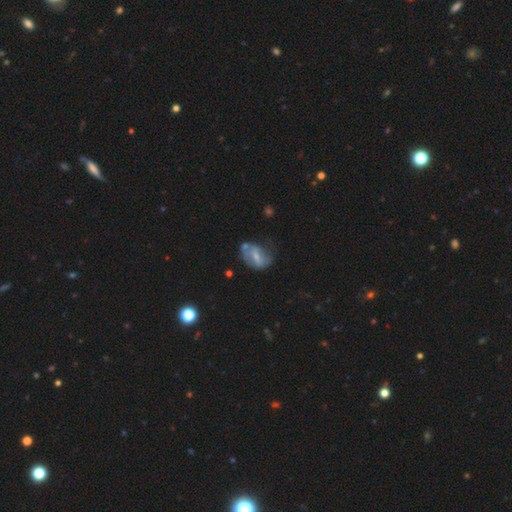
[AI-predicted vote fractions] Smooth or featured?
  - featured or disk: 49% *
  - smooth: 42%
  - star or artifact: 9%
Merging?
  - none: 40% *
  - minor disturbance: 30%
  - major disturbance: 20%
  - merger: 10%